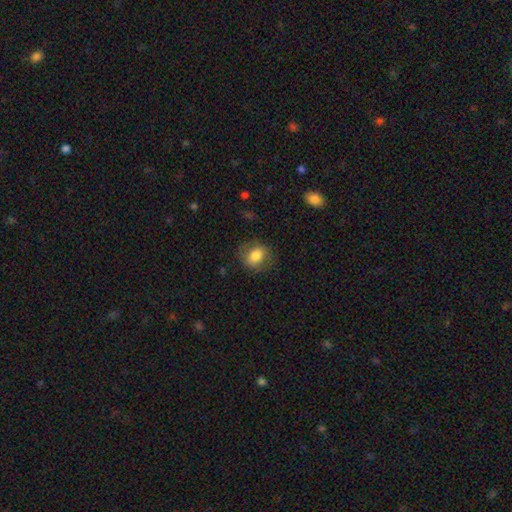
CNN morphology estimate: Smooth or featured? Predicted: smooth (p=0.77). How rounded? Predicted: round (p=0.50). Merging? Predicted: none (p=0.76).